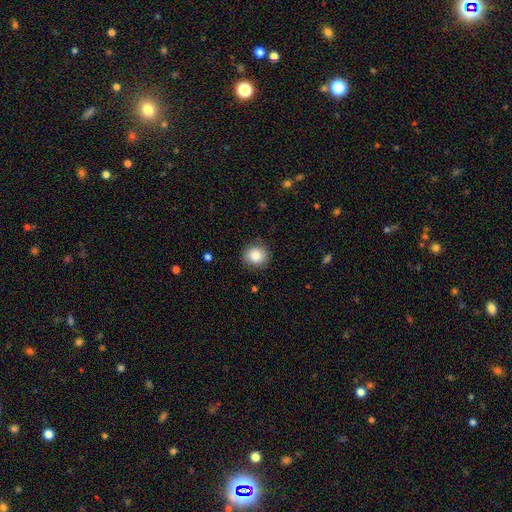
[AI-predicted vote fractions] A smooth galaxy with no disk features (84%) that is round (83%). Merging: none (85%).